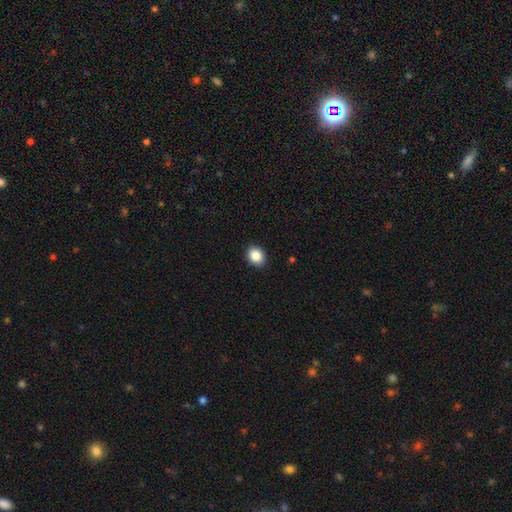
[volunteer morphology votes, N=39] Smooth or featured? 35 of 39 (90%) said smooth. How rounded? 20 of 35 (57%) said in between. Merging? 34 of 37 (92%) said none.